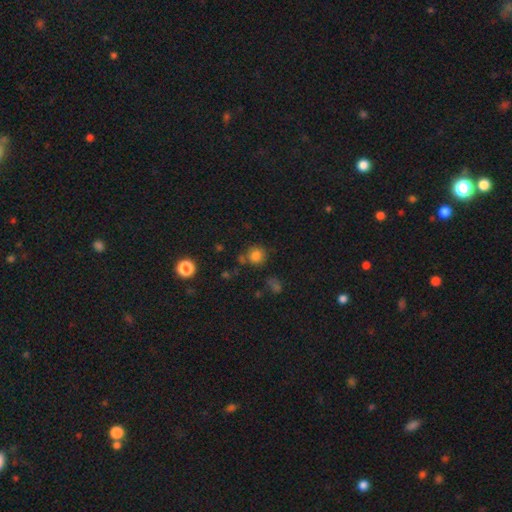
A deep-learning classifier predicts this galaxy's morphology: A smooth galaxy with no disk features (79%) that is round (87%). Merging: none (71%).